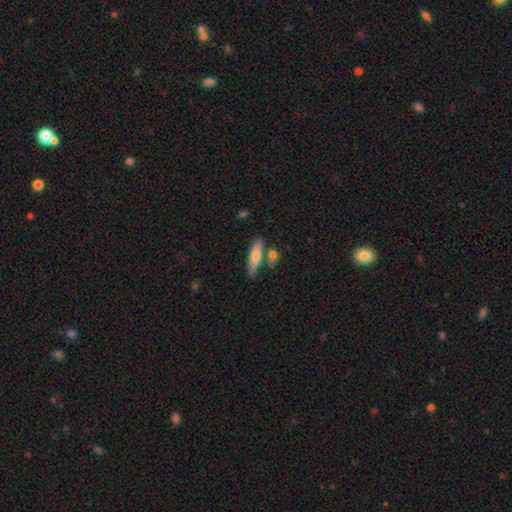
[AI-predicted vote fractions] Smooth or featured? smooth (69%)
How rounded? cigar-shaped (65%)
Merging? none (69%)